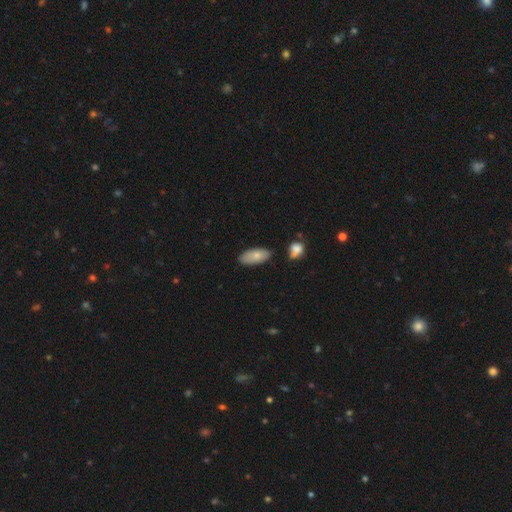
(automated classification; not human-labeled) Smooth or featured?
  - smooth: 77% *
  - featured or disk: 17%
  - star or artifact: 7%
How rounded?
  - in between: 90% *
  - cigar-shaped: 7%
  - round: 3%
Merging?
  - none: 70% *
  - minor disturbance: 21%
  - merger: 6%
  - major disturbance: 4%